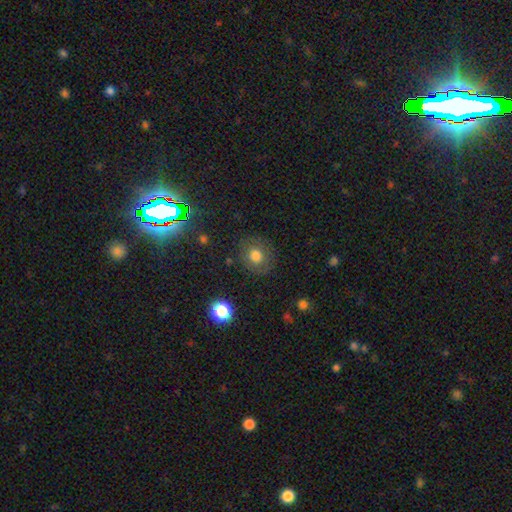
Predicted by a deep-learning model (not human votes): Q: Smooth or featured?
A: smooth (73%); runner-up: star or artifact (14%)
Q: How rounded?
A: round (84%); runner-up: in between (15%)
Q: Merging?
A: none (81%); runner-up: minor disturbance (12%)